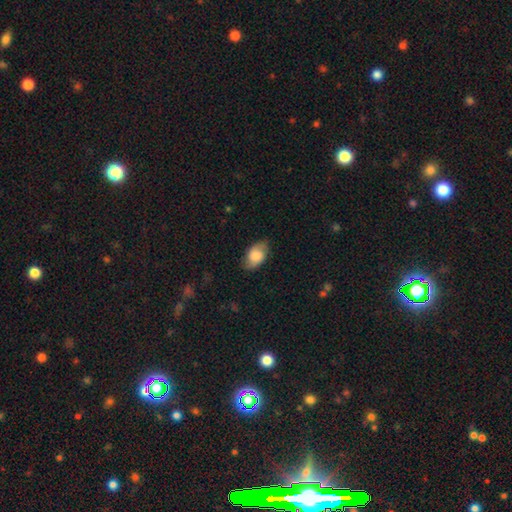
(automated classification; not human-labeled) This is likely a smooth galaxy (67%). How rounded: clearly in between (91%). Merging: likely none (77%).